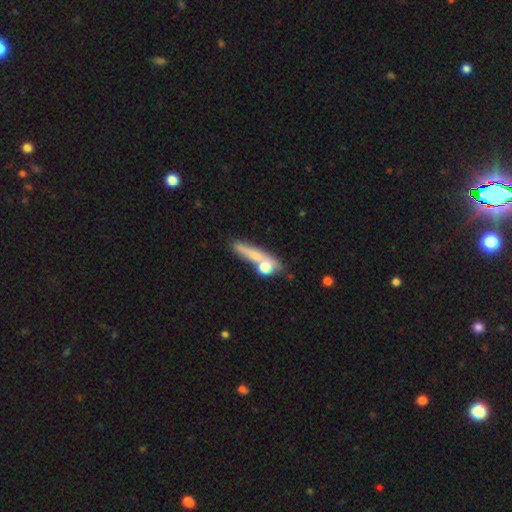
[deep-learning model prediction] Smooth or featured?
  - smooth: 60% *
  - featured or disk: 28%
  - star or artifact: 11%
How rounded?
  - cigar-shaped: 65% *
  - in between: 18%
  - round: 17%
Merging?
  - none: 55% *
  - merger: 20%
  - minor disturbance: 16%
  - major disturbance: 9%